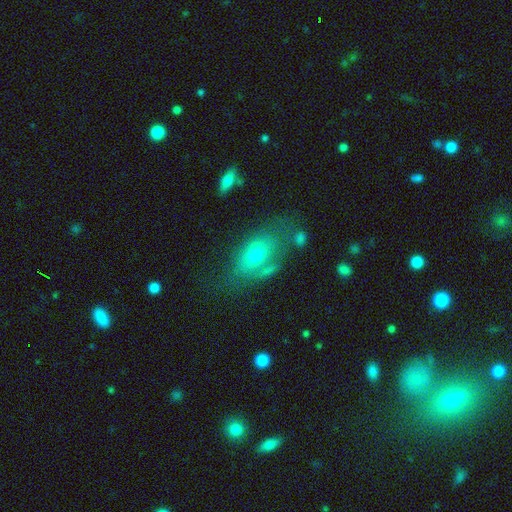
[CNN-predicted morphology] Smooth or featured?
  - smooth: 58% *
  - featured or disk: 32%
  - star or artifact: 10%
How rounded?
  - in between: 84% *
  - round: 13%
  - cigar-shaped: 3%
Merging?
  - none: 46% *
  - minor disturbance: 24%
  - major disturbance: 19%
  - merger: 11%